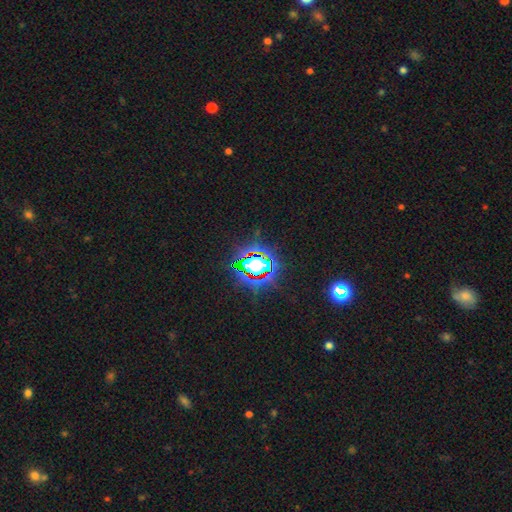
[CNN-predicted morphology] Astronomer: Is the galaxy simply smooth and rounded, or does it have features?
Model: star or artifact — 83%.